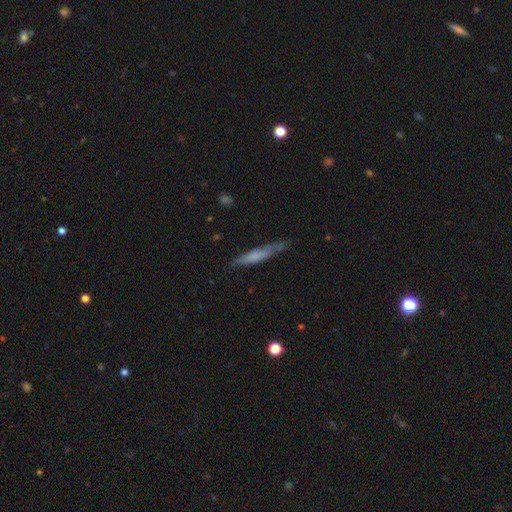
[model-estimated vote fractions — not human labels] Smooth or featured? Predicted: smooth (p=0.54). How rounded? Predicted: cigar-shaped (p=0.90). Merging? Predicted: none (p=0.68).